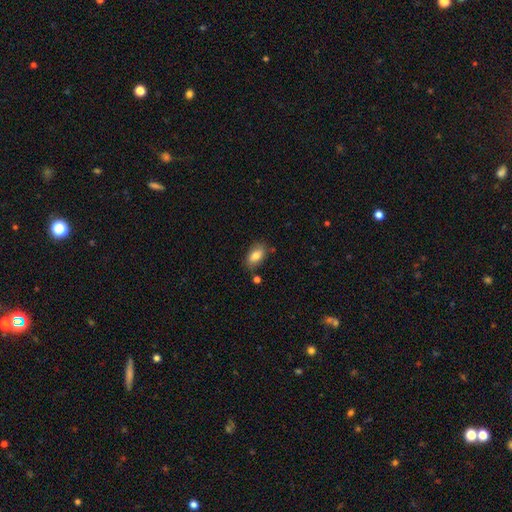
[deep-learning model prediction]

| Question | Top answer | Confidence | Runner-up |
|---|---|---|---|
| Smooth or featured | smooth | 81% | featured or disk (11%) |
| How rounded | in between | 91% | round (7%) |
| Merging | none | 76% | minor disturbance (15%) |